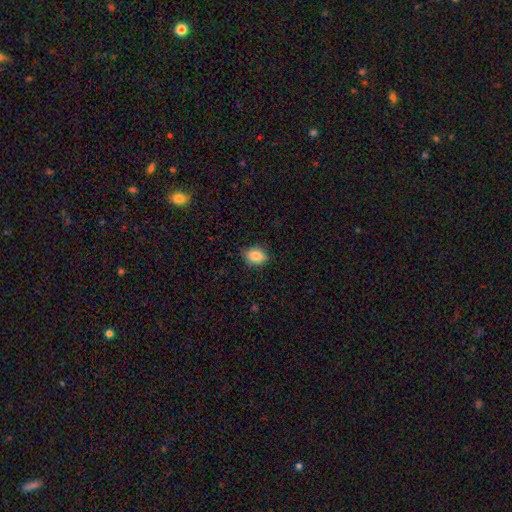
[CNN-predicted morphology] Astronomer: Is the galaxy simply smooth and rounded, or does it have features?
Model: smooth — 85%.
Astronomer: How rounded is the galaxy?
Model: in between — 74%.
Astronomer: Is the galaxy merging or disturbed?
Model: none — 80%.